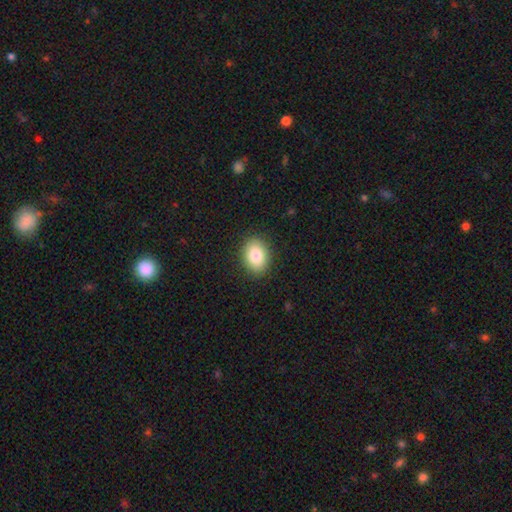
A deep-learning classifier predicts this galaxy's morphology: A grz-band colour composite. It shows a smooth galaxy with no disk features (85%) that is in between round and cigar-shaped (74%). Merging: none (90%).